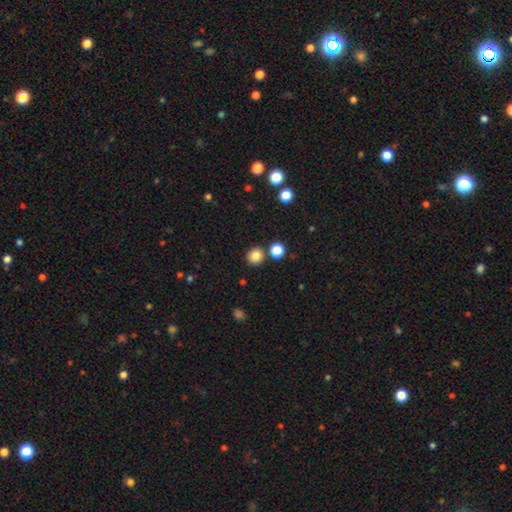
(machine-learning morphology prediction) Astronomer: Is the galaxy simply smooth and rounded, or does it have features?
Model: smooth — 84%.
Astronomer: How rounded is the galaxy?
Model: round — 89%.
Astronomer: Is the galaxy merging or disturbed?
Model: none — 84%.